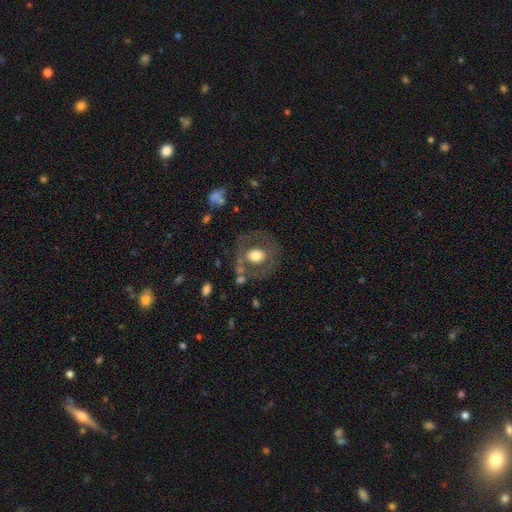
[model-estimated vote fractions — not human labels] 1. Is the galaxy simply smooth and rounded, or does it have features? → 52% smooth, 41% featured or disk, 8% star or artifact.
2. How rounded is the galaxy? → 74% round, 25% in between, 1% cigar-shaped.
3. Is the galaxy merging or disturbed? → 72% none, 14% minor disturbance, 9% major disturbance, 4% merger.